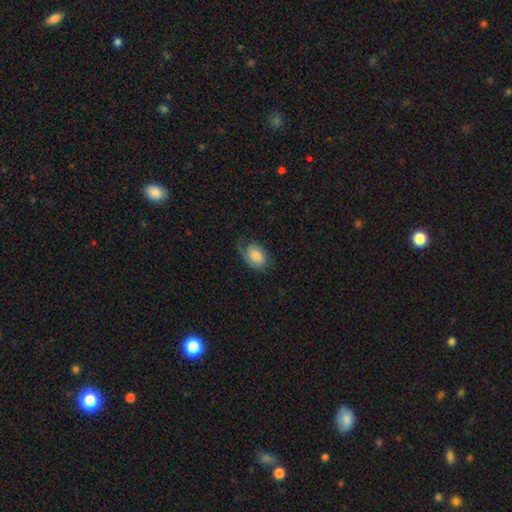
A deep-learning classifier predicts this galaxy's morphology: This appears to be a smooth galaxy with no disk features (62%) that is in between round and cigar-shaped (84%). Merging: none (51%).